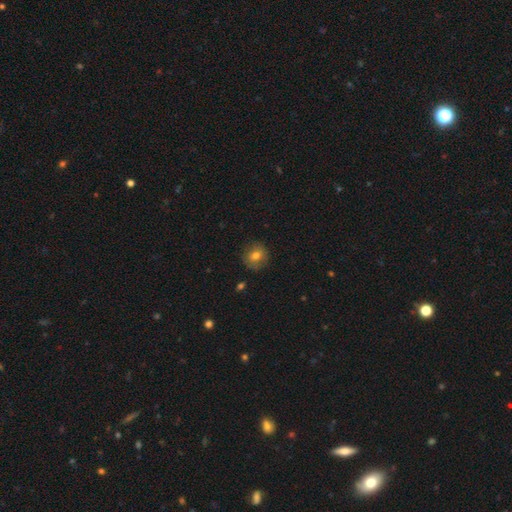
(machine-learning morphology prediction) This appears to be a smooth galaxy with no disk features (73%) that is round (87%). Merging: none (84%).